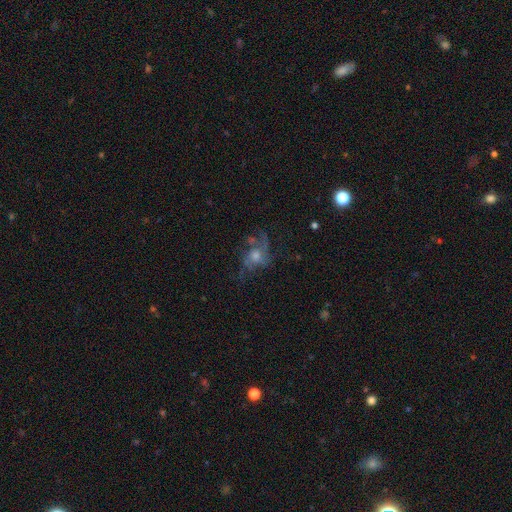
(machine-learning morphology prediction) Overall: featured or disk (67%). Edge-on disk: no (96%). Bar: no (78%). Spiral arms: yes (81%). Spiral arm count: 3 (29%; can't tell 26%). Spiral winding: loose (43%; medium 42%). Bulge size: moderate (57%; small 28%). Merging: none (54%; major disturbance 25%).